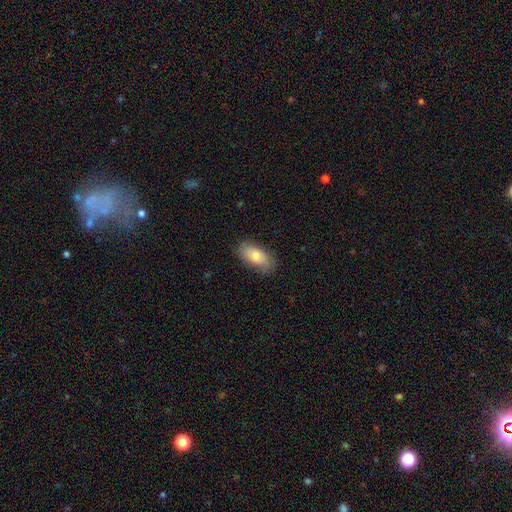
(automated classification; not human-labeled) Overall: smooth (73%). How rounded: in between (90%). Merging: none (79%).